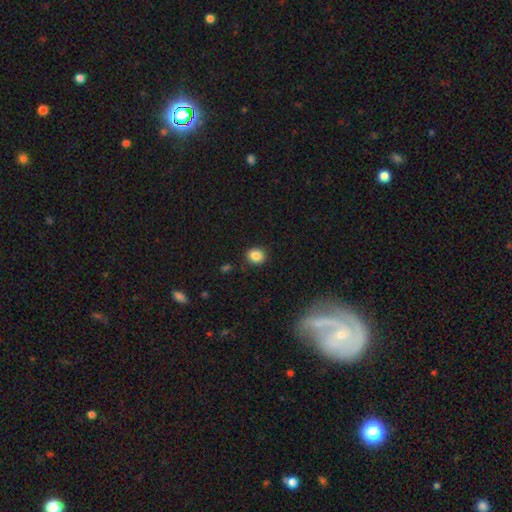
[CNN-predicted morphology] Q: Smooth or featured?
A: smooth (85%); runner-up: star or artifact (10%)
Q: How rounded?
A: round (65%); runner-up: in between (34%)
Q: Merging?
A: none (87%); runner-up: minor disturbance (9%)